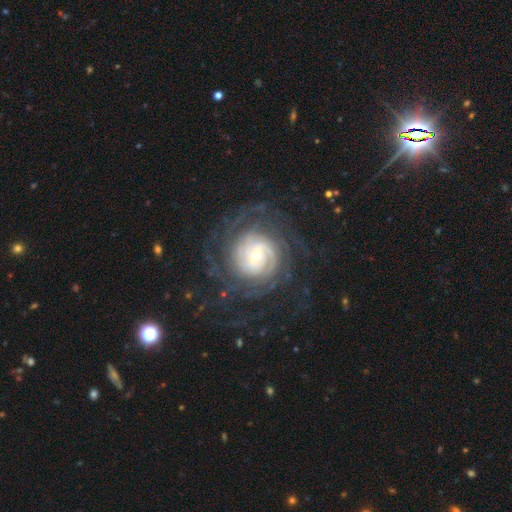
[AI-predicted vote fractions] Morphology: type=featured or disk (90%); edge-on=no (98%); bar=no (48%); spiral arms=yes (98%); winding=tight (77%); arm count=can't tell (28%); bulge=small (54%); merging=none (75%).